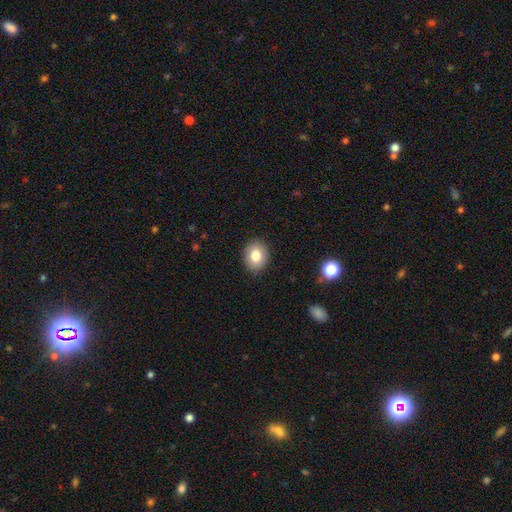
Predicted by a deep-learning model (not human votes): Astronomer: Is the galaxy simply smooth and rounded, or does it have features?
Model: smooth — 81%.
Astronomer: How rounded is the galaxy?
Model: in between — 52% (runner-up: round, 48%).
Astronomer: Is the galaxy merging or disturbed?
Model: none — 89%.